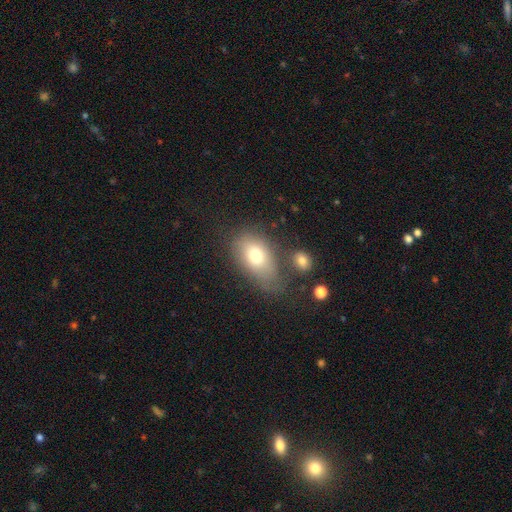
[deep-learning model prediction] A smooth galaxy with no disk features (72%) that is in between round and cigar-shaped (84%). Merging: none (48%).